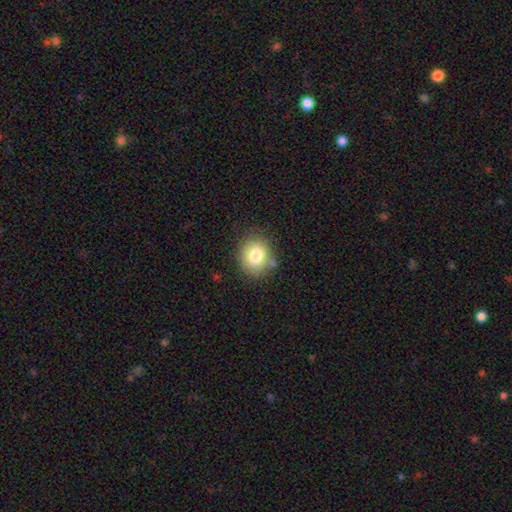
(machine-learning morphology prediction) smooth-or-featured: smooth: 80% | featured or disk: 11% | star or artifact: 10%
  how-rounded: round: 65% | in between: 34% | cigar-shaped: 1%
  merging: none: 78% | minor disturbance: 13% | merger: 5% | major disturbance: 4%